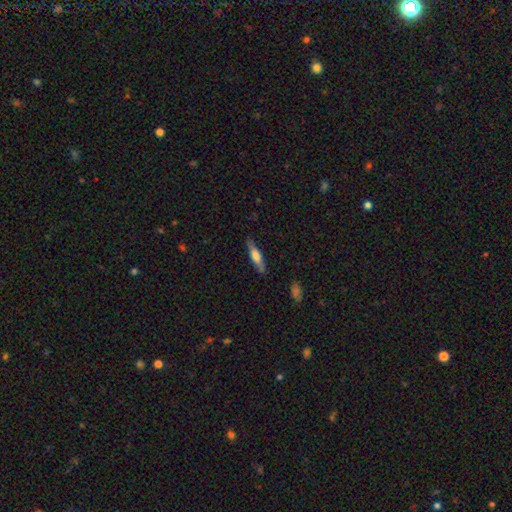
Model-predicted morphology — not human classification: This appears to be a smooth galaxy with no disk features (56%) that is cigar-shaped (79%). Merging: none (85%).